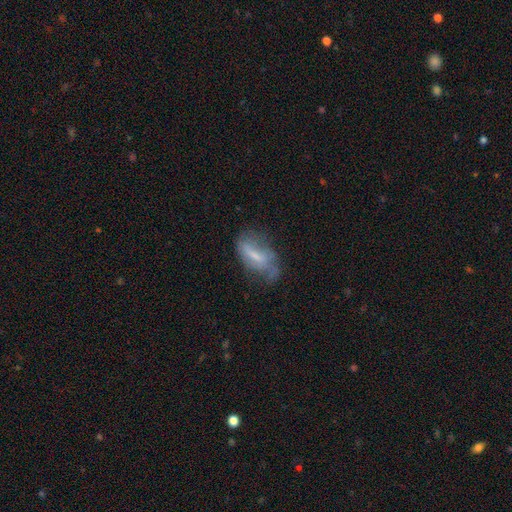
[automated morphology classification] Smooth or featured: smooth — 47% (featured or disk — 44%)
Merging: none — 42% (minor disturbance — 32%)